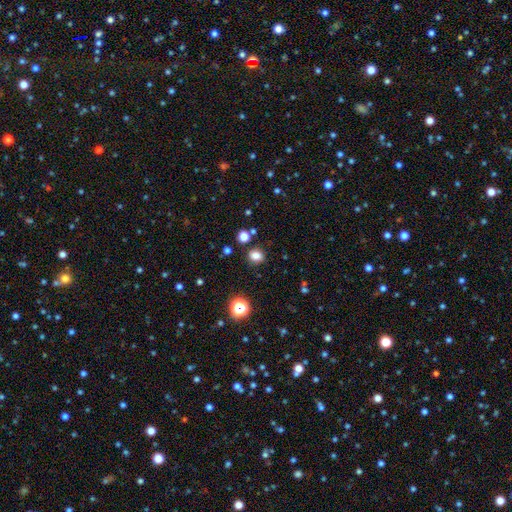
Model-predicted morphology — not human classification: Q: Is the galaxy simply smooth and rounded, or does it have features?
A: smooth — 80%.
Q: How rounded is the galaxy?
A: round — 66%.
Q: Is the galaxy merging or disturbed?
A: none — 86%.